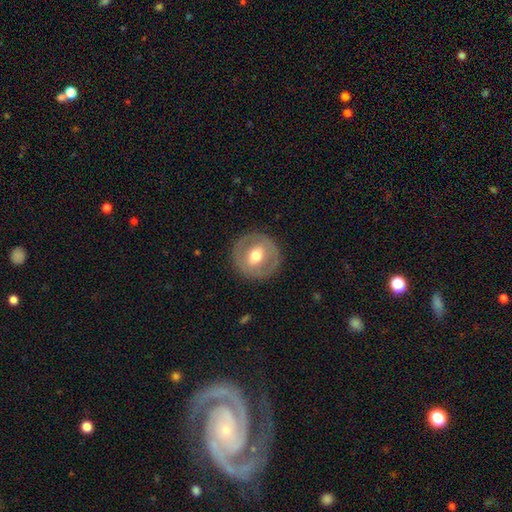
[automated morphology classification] A featured or disk galaxy (49%).

Vote fractions:
- Smooth or featured? featured or disk: 49% / smooth: 45% / star or artifact: 6%
- Merging? none: 87% / minor disturbance: 9% / major disturbance: 4% / merger: 1%